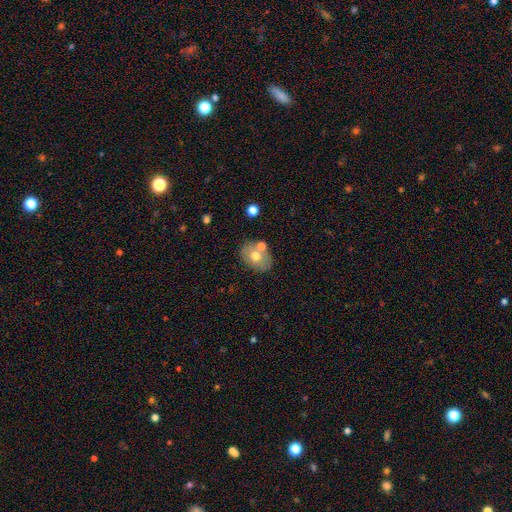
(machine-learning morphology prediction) A smooth galaxy with no disk features (65%) that is in between round and cigar-shaped (72%).

Vote fractions:
- Smooth or featured? smooth: 65% / featured or disk: 26% / star or artifact: 9%
- How rounded? in between: 72% / round: 27% / cigar-shaped: 1%
- Merging? none: 66% / merger: 17% / minor disturbance: 14% / major disturbance: 4%